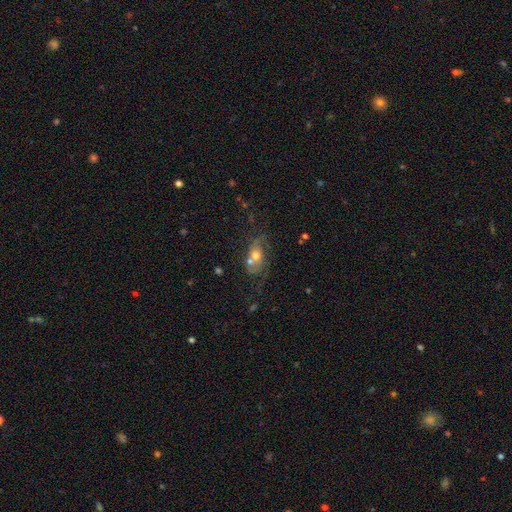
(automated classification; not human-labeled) Morphology: type=featured or disk (47%); merging=none (34%).